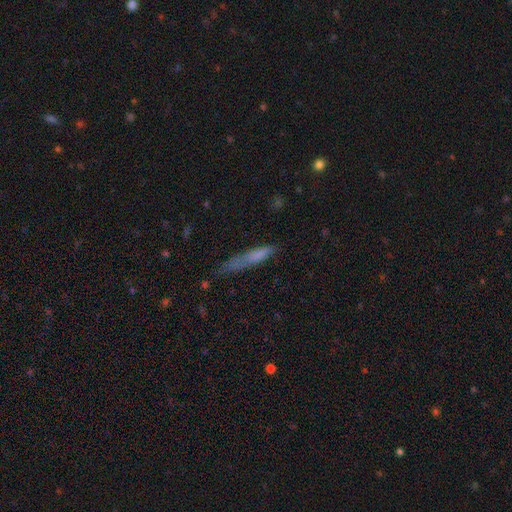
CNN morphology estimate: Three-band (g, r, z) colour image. It shows a smooth galaxy with no disk features (67%) that is cigar-shaped (89%). Merging: none (56%).